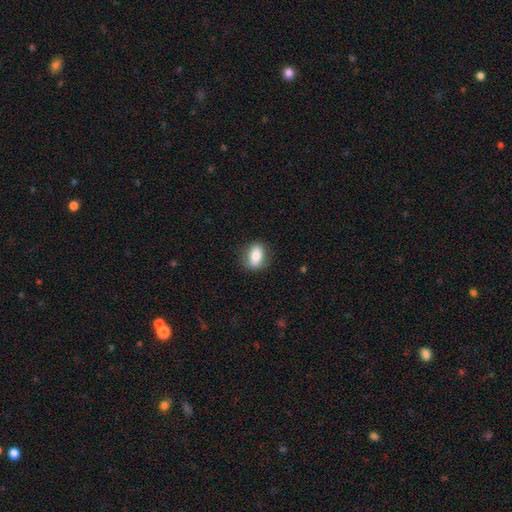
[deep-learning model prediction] Smooth or featured? smooth (77%)
How rounded? in between (77%)
Merging? none (81%)